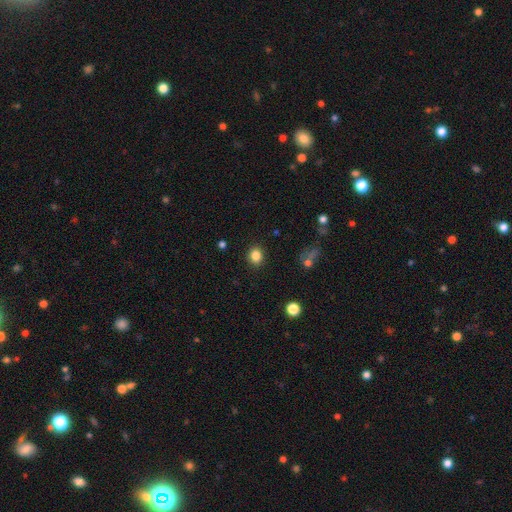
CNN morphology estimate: Smooth or featured? smooth (84%)
How rounded? round (67%)
Merging? none (89%)